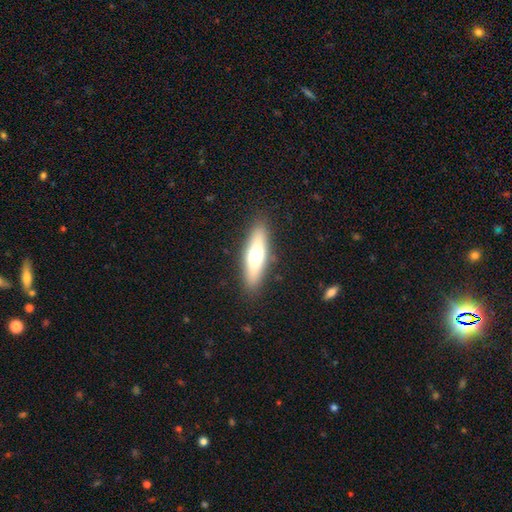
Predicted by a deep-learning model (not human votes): The model was most divided on "how rounded": cigar-shaped: 60%, in between: 38%, round: 2%. More confident: merging — none (87%); smooth or featured — smooth (58%).